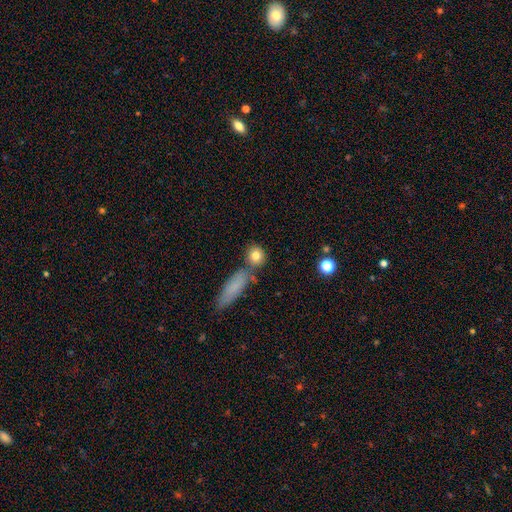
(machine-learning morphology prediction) Smooth or featured: smooth — 81% (featured or disk — 10%)
How rounded: round — 77% (in between — 18%)
Merging: none — 72% (merger — 15%)